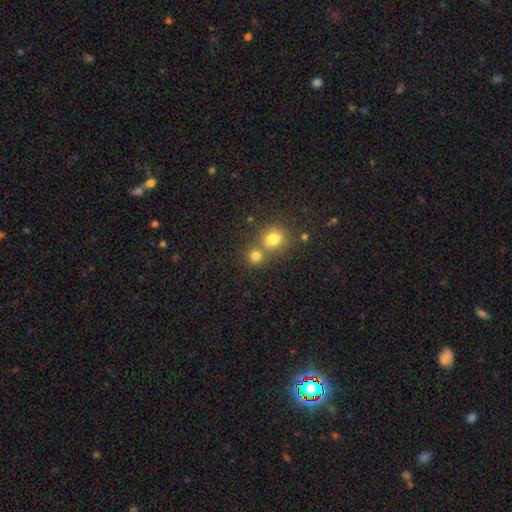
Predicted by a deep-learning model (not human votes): smooth-or-featured: smooth: 78% | star or artifact: 15% | featured or disk: 7%
  how-rounded: round: 86% | in between: 13% | cigar-shaped: 1%
  merging: none: 55% | merger: 36% | minor disturbance: 6% | major disturbance: 3%